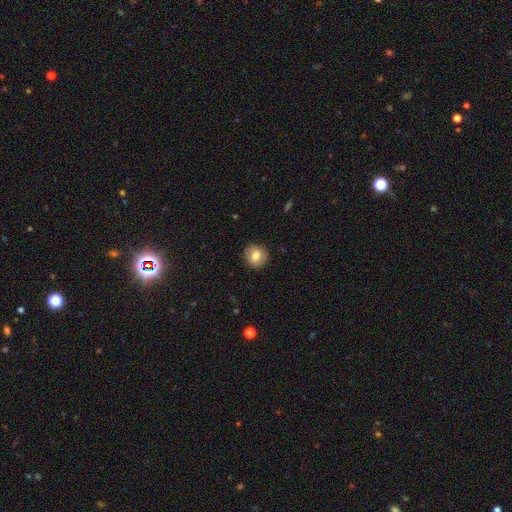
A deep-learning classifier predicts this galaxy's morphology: smooth_or_featured: smooth (p=0.78) [alt: featured or disk p=0.14]
how_rounded: round (p=0.90) [alt: in between p=0.09]
merging: none (p=0.88) [alt: minor disturbance p=0.09]